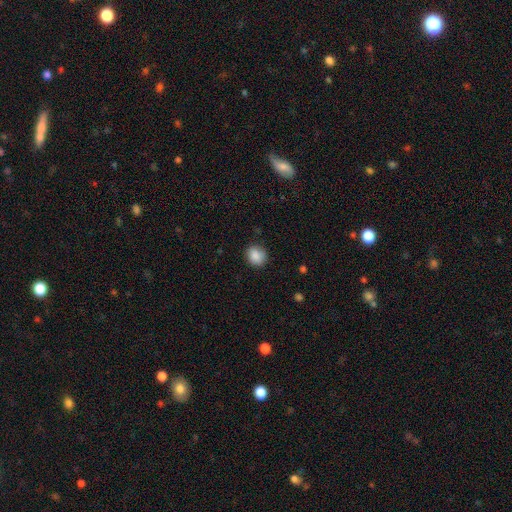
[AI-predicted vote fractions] Q: Smooth or featured?
A: smooth (87%); runner-up: star or artifact (9%)
Q: How rounded?
A: round (74%); runner-up: in between (25%)
Q: Merging?
A: none (81%); runner-up: minor disturbance (14%)